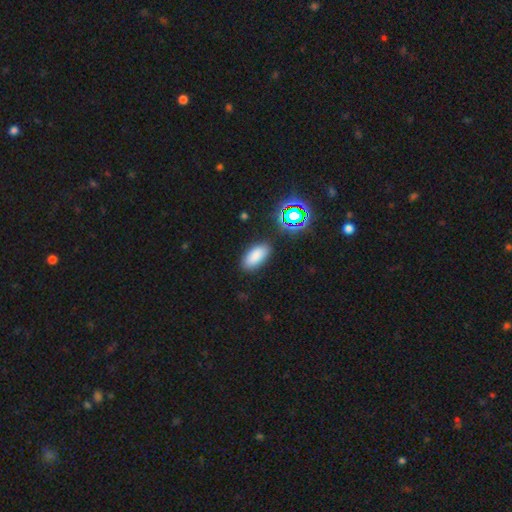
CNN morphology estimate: A smooth galaxy with no disk features (82%) that is in between round and cigar-shaped (91%). Merging: none (86%).